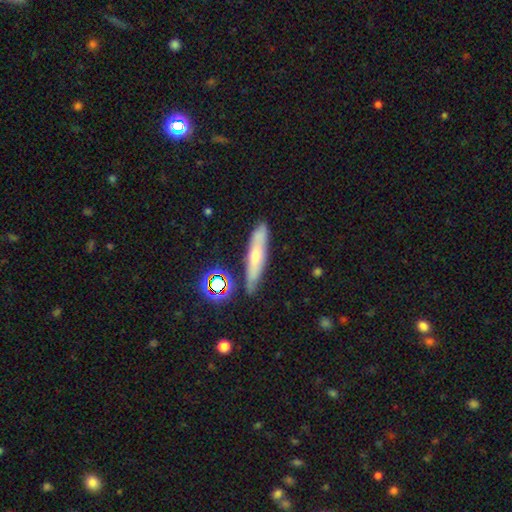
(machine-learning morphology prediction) Smooth or featured?
  - smooth: 47% *
  - featured or disk: 39%
  - star or artifact: 14%
Merging?
  - none: 77% *
  - minor disturbance: 14%
  - merger: 5%
  - major disturbance: 4%